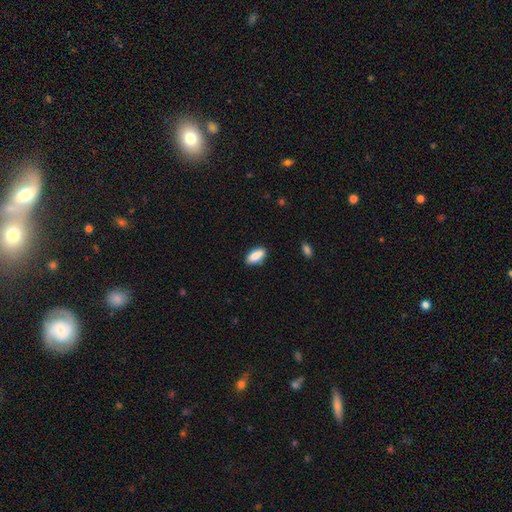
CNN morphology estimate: Smooth or featured?
  - smooth: 87% *
  - star or artifact: 7%
  - featured or disk: 6%
How rounded?
  - in between: 86% *
  - cigar-shaped: 11%
  - round: 2%
Merging?
  - none: 83% *
  - minor disturbance: 12%
  - major disturbance: 2%
  - merger: 2%